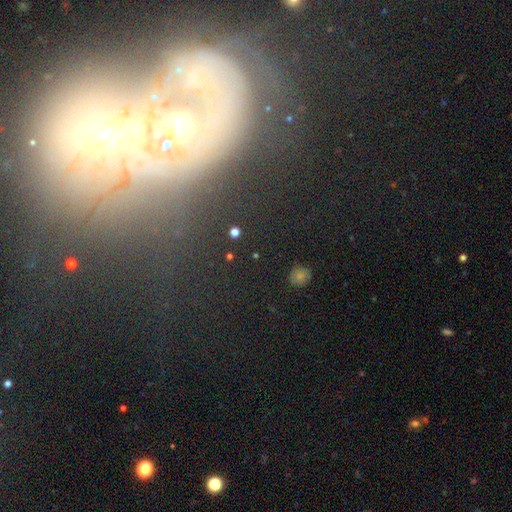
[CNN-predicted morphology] Smooth or featured?
  - star or artifact: 48% *
  - smooth: 37%
  - featured or disk: 15%